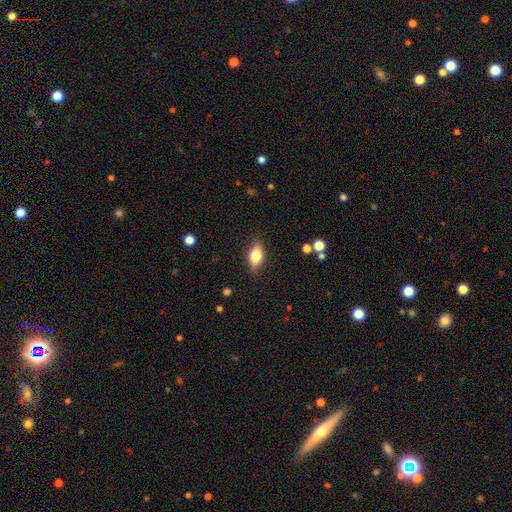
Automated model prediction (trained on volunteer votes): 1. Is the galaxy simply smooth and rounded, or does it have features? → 75% smooth, 17% featured or disk, 8% star or artifact.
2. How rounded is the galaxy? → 83% in between, 9% round, 8% cigar-shaped.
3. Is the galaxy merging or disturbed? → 84% none, 12% minor disturbance, 3% major disturbance, 1% merger.